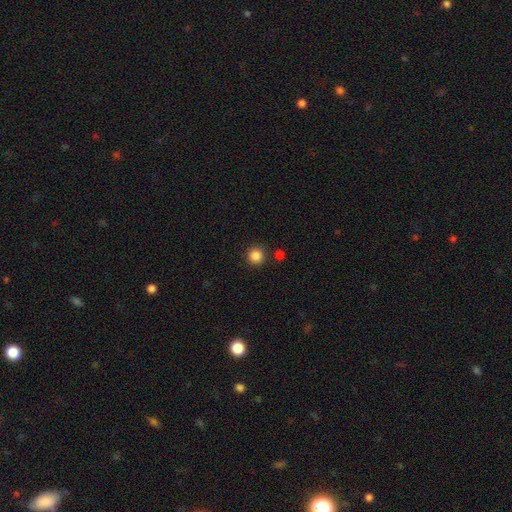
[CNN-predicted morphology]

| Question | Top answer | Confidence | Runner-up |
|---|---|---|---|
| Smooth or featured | smooth | 86% | star or artifact (11%) |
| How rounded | round | 95% | in between (4%) |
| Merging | none | 88% | minor disturbance (6%) |